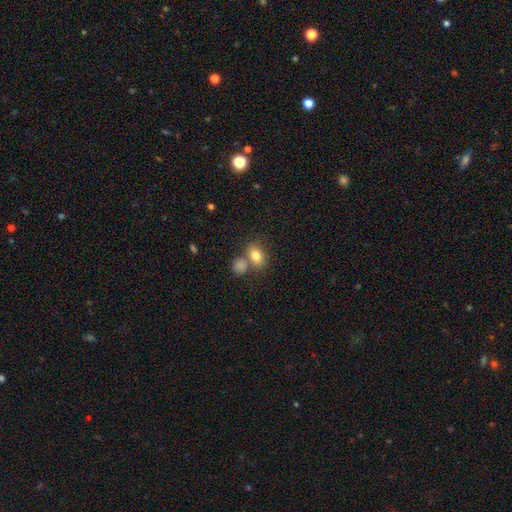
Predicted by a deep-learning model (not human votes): Smooth or featured: smooth — 81% (featured or disk — 10%)
How rounded: in between — 77% (round — 22%)
Merging: none — 54% (merger — 30%)